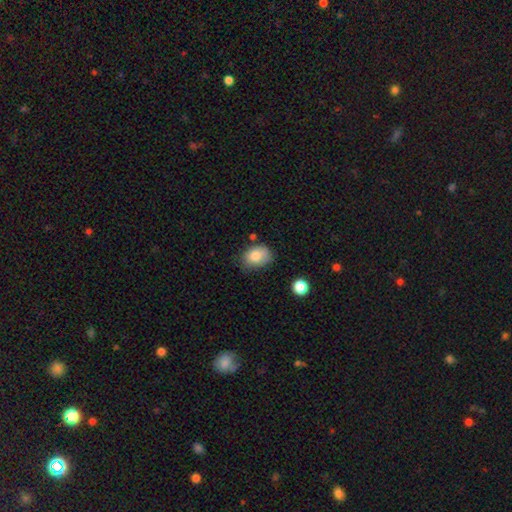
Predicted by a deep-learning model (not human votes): A smooth galaxy with no disk features (82%) that is in between round and cigar-shaped (69%). Merging: none (56%).